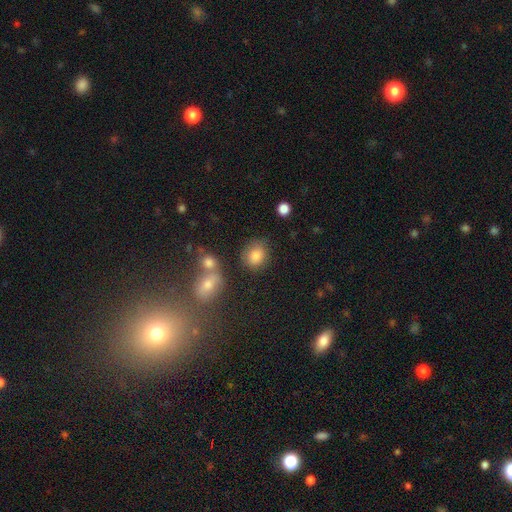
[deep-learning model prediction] Smooth or featured?
  - smooth: 84% *
  - star or artifact: 10%
  - featured or disk: 7%
How rounded?
  - round: 55% *
  - in between: 44%
  - cigar-shaped: 1%
Merging?
  - none: 70% *
  - minor disturbance: 16%
  - merger: 8%
  - major disturbance: 5%